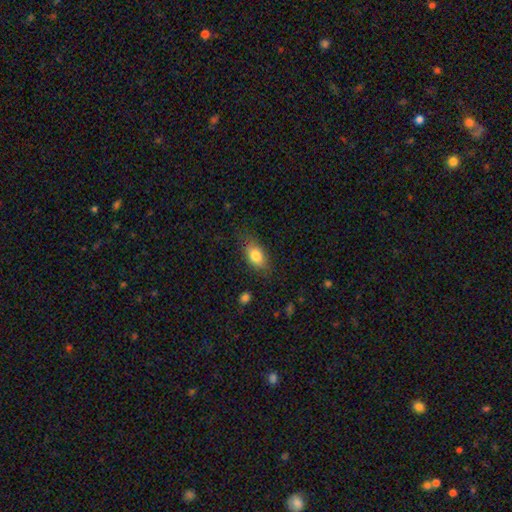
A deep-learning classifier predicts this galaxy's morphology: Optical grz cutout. It shows a smooth galaxy with no disk features (81%) that is in between round and cigar-shaped (85%). Merging: none (74%).